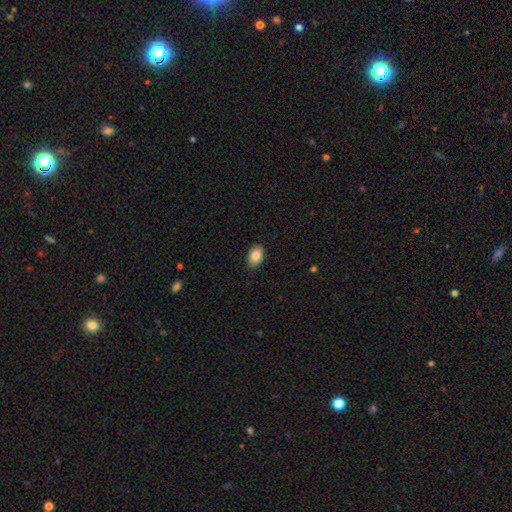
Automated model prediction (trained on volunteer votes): Morphology: type=smooth (86%); roundness=in between (87%); merging=none (88%).